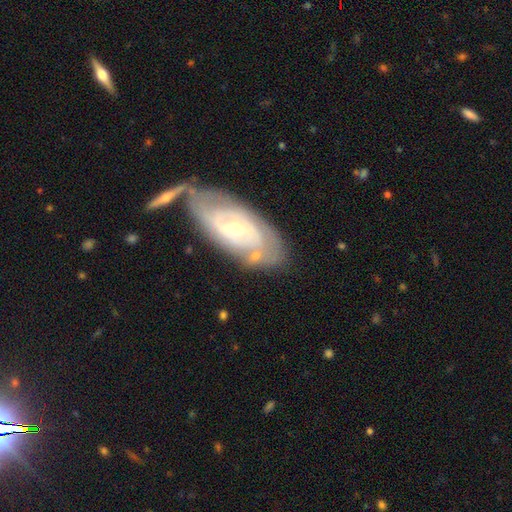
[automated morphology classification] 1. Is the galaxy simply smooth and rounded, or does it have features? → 71% featured or disk, 22% smooth, 7% star or artifact.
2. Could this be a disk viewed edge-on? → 92% no, 8% yes.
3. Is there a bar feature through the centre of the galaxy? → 47% no, 38% weak, 15% strong.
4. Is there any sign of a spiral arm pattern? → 78% yes, 22% no.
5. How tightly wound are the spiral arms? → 52% tight, 35% medium, 13% loose.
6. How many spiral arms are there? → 50% 2, 32% can't tell, 9% 3, 4% 1, 3% 4, 3% more than 4.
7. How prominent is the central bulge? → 53% small, 42% moderate, 3% large, 1% none, 1% dominant.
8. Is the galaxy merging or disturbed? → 62% none, 19% minor disturbance, 11% merger, 8% major disturbance.